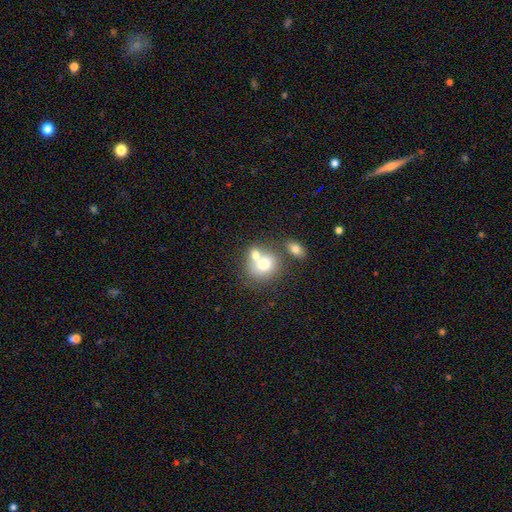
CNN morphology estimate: A smooth galaxy with no disk features (71%) that is round (65%).

Vote fractions:
- Smooth or featured? smooth: 71% / featured or disk: 19% / star or artifact: 10%
- How rounded? round: 65% / in between: 33% / cigar-shaped: 1%
- Merging? merger: 54% / none: 33% / minor disturbance: 8% / major disturbance: 4%